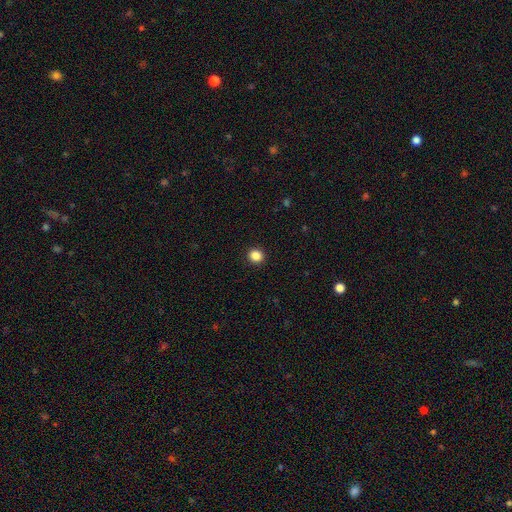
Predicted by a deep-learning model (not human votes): Overall: smooth (86%). How rounded: round (88%). Merging: none (93%).